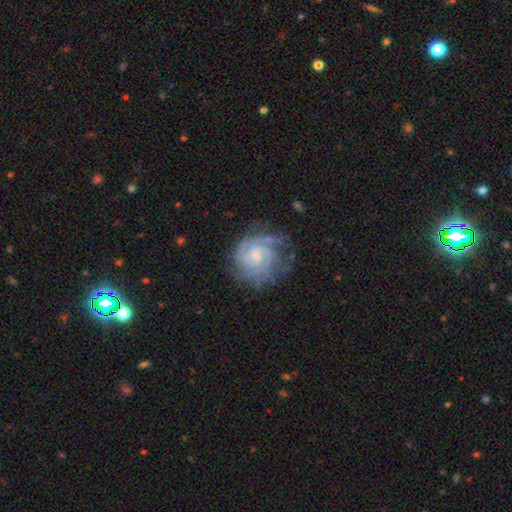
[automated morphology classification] smooth-or-featured: featured or disk: 83% | smooth: 11% | star or artifact: 6%
  disk-edge-on: no: 98% | yes: 2%
    bar: no: 64% | weak: 31% | strong: 5%
    has-spiral-arms: yes: 95% | no: 5%
      spiral-winding: tight: 70% | medium: 25% | loose: 6%
      spiral-arm-count: can't tell: 34% | 3: 20% | 4: 17% | 2: 16% | more than 4: 7% | 1: 6%
    bulge-size: small: 70% | moderate: 22% | none: 6% | large: 2% | dominant: 1%
  merging: none: 62% | minor disturbance: 22% | major disturbance: 14% | merger: 3%